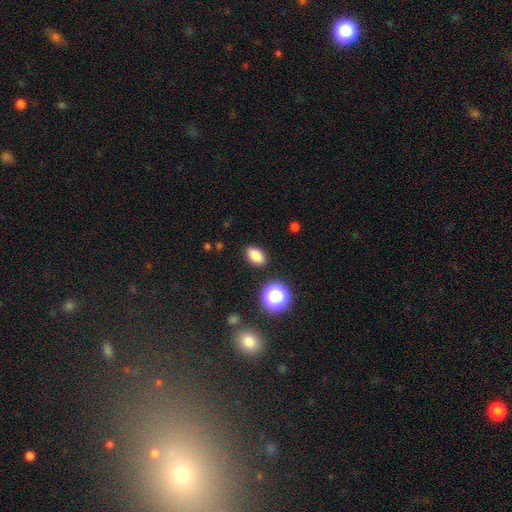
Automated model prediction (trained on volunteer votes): Overall: smooth (82%). How rounded: in between (84%). Merging: none (87%).